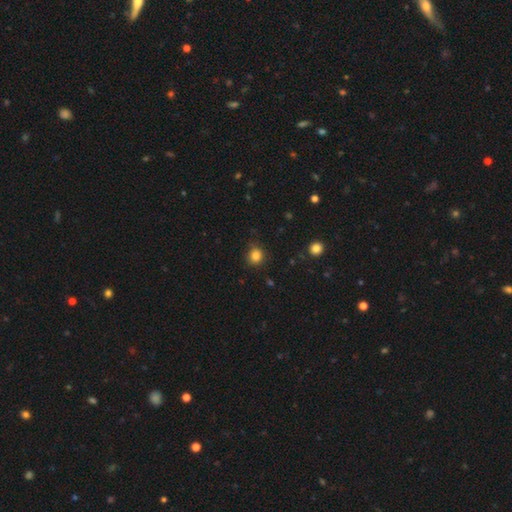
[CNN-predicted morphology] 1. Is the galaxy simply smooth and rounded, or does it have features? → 83% smooth, 12% star or artifact, 5% featured or disk.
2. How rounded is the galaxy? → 83% round, 16% in between, 1% cigar-shaped.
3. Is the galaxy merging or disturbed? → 83% none, 13% minor disturbance, 3% major disturbance, 1% merger.